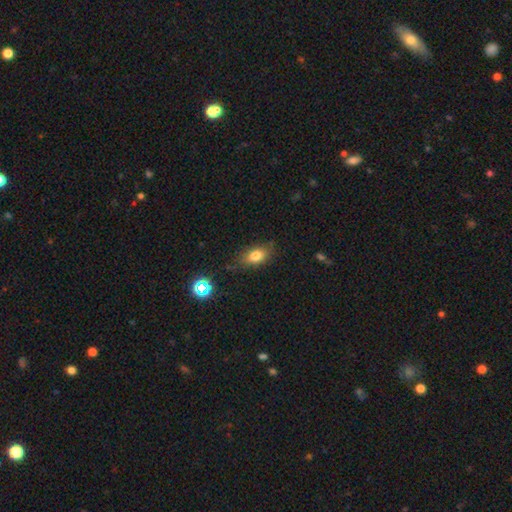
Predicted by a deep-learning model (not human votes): Morphology: type=smooth (77%); roundness=in between (83%); merging=none (75%).